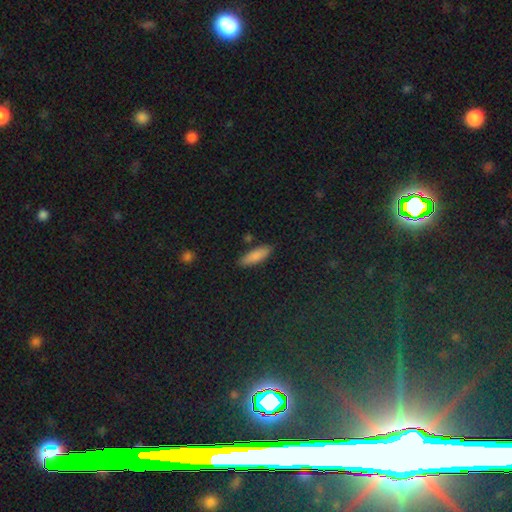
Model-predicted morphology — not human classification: Smooth or featured? smooth (85%)
How rounded? in between (54%)
Merging? none (84%)